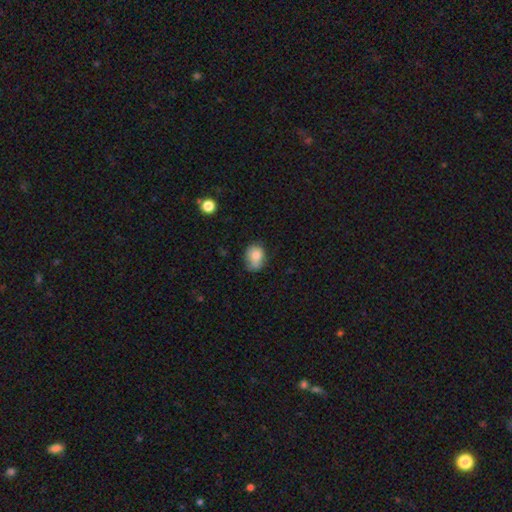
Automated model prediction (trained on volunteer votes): Smooth or featured?
  - smooth: 81% *
  - featured or disk: 10%
  - star or artifact: 9%
How rounded?
  - in between: 64% *
  - round: 35%
  - cigar-shaped: 1%
Merging?
  - none: 51% *
  - minor disturbance: 35%
  - major disturbance: 9%
  - merger: 4%